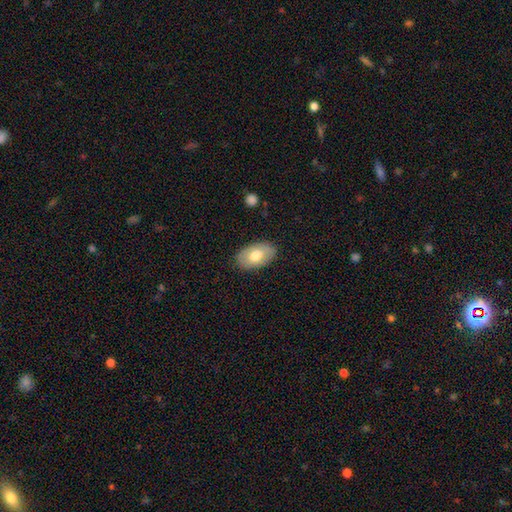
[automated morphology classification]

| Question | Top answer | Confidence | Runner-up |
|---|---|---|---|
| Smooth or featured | smooth | 70% | featured or disk (24%) |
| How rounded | in between | 93% | round (6%) |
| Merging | none | 85% | minor disturbance (12%) |